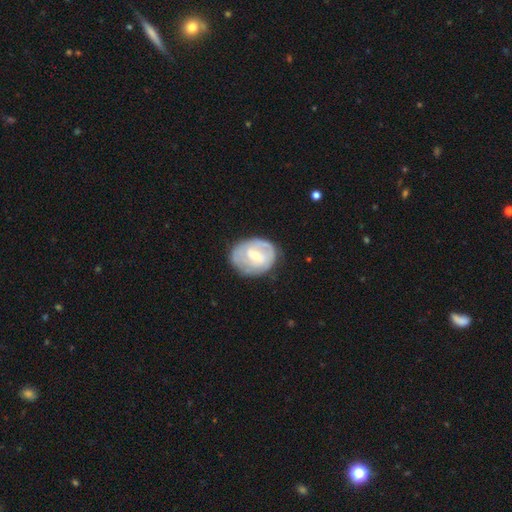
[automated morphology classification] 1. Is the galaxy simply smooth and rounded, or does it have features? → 63% featured or disk, 31% smooth, 5% star or artifact.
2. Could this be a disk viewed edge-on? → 97% no, 3% yes.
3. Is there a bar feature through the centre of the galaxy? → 50% weak, 35% no, 14% strong.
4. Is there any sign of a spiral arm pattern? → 68% yes, 32% no.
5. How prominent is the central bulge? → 52% small, 41% moderate, 3% large, 3% none, 1% dominant.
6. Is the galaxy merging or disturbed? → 67% none, 22% minor disturbance, 9% major disturbance, 2% merger.